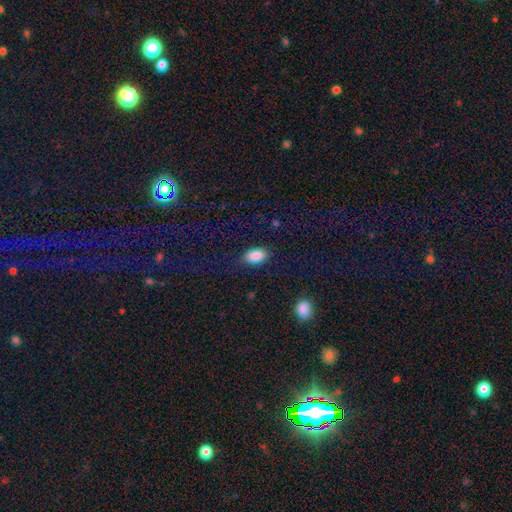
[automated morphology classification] A smooth galaxy with no disk features (87%) that is in between round and cigar-shaped (92%). Merging: none (83%).